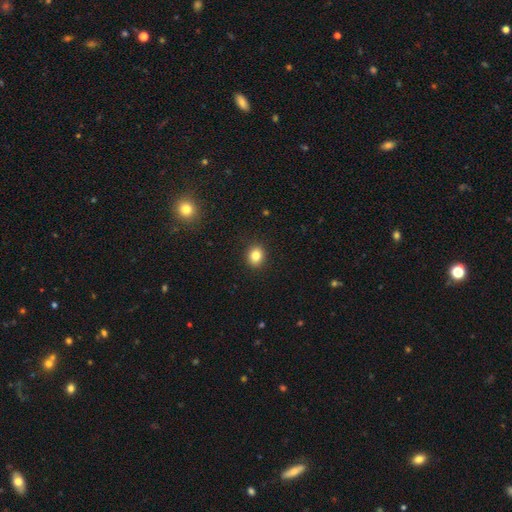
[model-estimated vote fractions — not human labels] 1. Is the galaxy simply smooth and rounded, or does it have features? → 83% smooth, 11% star or artifact, 6% featured or disk.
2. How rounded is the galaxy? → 73% round, 27% in between, 1% cigar-shaped.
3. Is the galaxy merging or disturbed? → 91% none, 6% minor disturbance, 2% major disturbance, 1% merger.